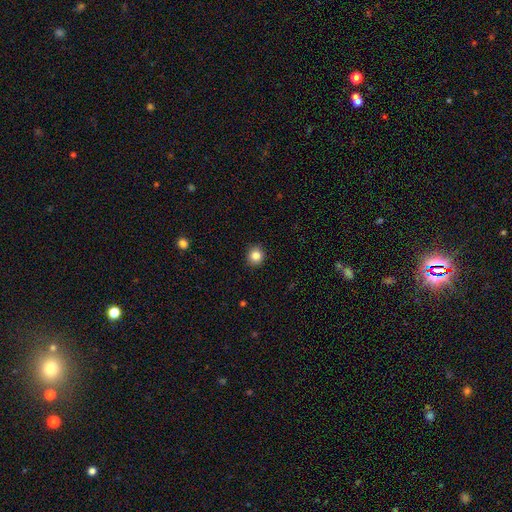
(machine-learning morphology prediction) Overall: smooth (85%). How rounded: round (88%). Merging: none (91%).